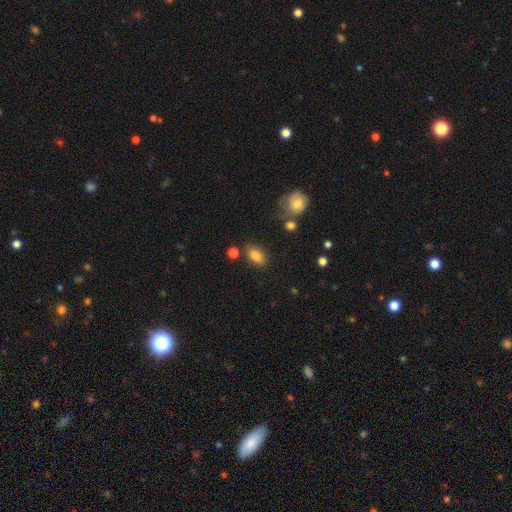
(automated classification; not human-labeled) Smooth or featured? Predicted: smooth (p=0.83). How rounded? Predicted: in between (p=0.86). Merging? Predicted: none (p=0.79).